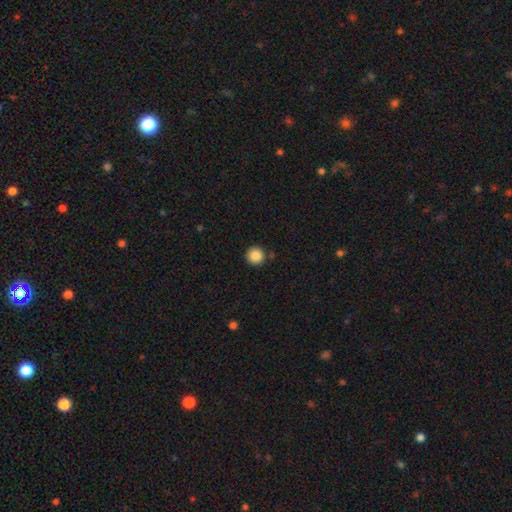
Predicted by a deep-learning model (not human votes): Smooth or featured? smooth (86%)
How rounded? round (96%)
Merging? none (89%)